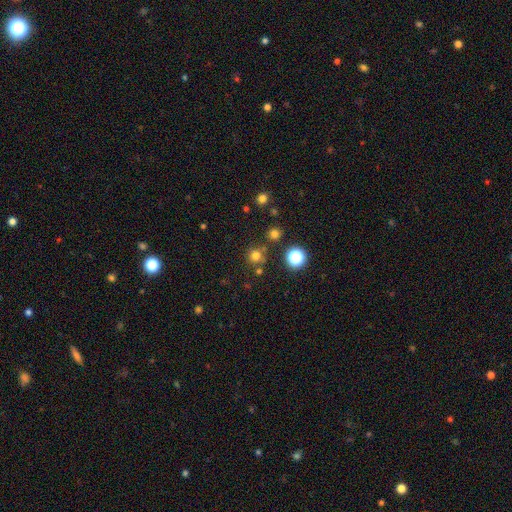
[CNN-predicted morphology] smooth 70%, star or artifact 23%, featured or disk 7%. Down the decision tree: how rounded — round (92%); merging — none (77%).